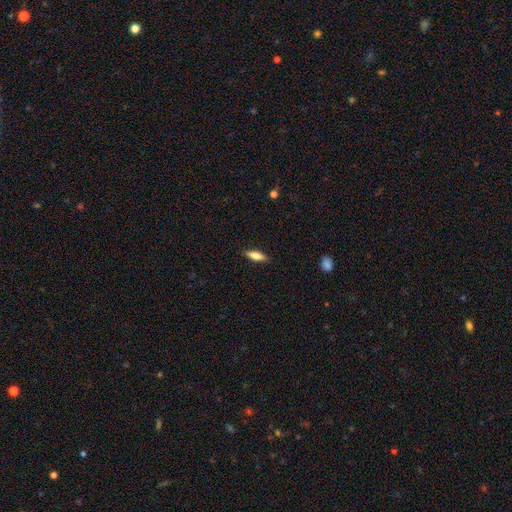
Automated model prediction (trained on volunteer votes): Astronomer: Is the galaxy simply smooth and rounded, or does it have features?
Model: smooth — 70%.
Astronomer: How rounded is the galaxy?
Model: cigar-shaped — 52% (runner-up: in between, 45%).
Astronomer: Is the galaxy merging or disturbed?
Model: none — 88%.